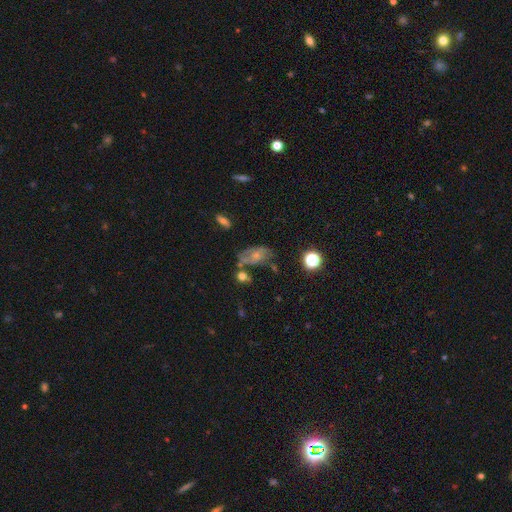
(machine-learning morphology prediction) Q: Smooth or featured?
A: featured or disk (44%); runner-up: smooth (41%)
Q: Merging?
A: none (46%); runner-up: minor disturbance (27%)